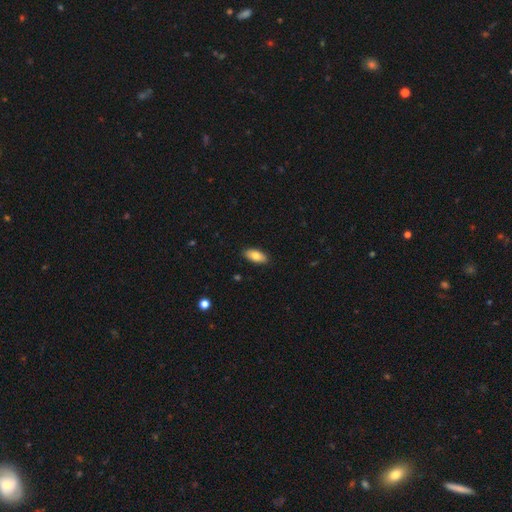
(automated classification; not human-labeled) A smooth galaxy with no disk features (81%) that is in between round and cigar-shaped (90%). Merging: none (89%).